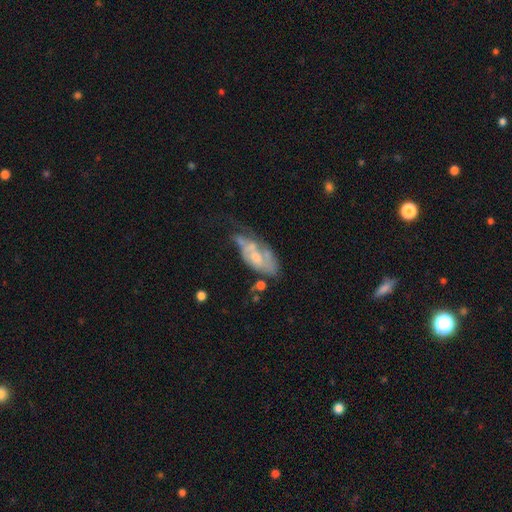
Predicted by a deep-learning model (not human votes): Smooth or featured? featured or disk (63%)
Edge-on disk? no (91%)
Bar? no (71%)
Spiral arms? yes (52%)
Bulge size? moderate (47%)
Merging? major disturbance (31%)